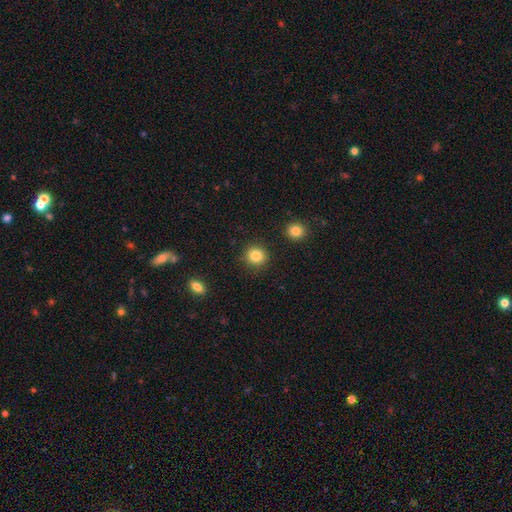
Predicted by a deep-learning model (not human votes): Smooth or featured? Predicted: smooth (p=0.85). How rounded? Predicted: round (p=0.89). Merging? Predicted: none (p=0.90).